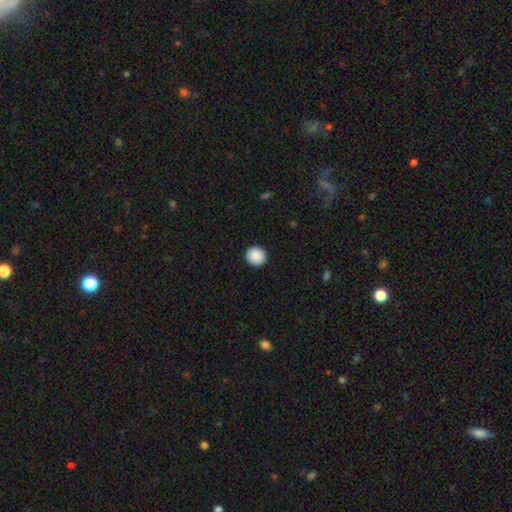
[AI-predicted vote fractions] The model was most divided on "smooth or featured": smooth: 90%, star or artifact: 8%, featured or disk: 3%. More confident: merging — none (93%); how rounded — round (93%).